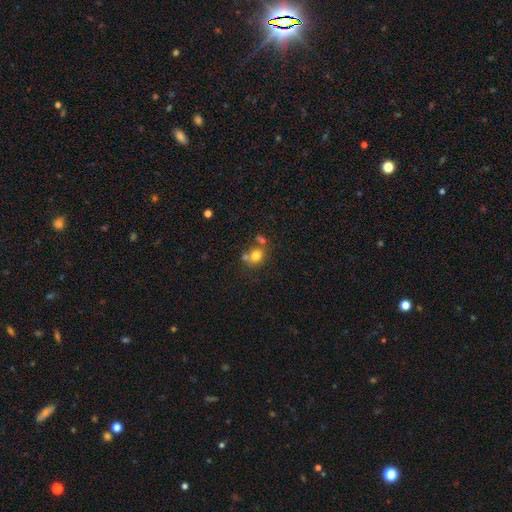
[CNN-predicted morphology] This is likely a smooth galaxy (74%). How rounded: likely round (70%). Merging: possibly none (51%).